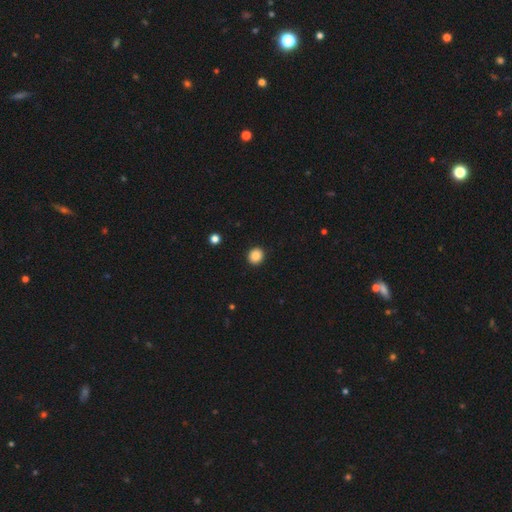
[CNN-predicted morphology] This is clearly a smooth galaxy (88%). How rounded: clearly round (88%). Merging: clearly none (93%).